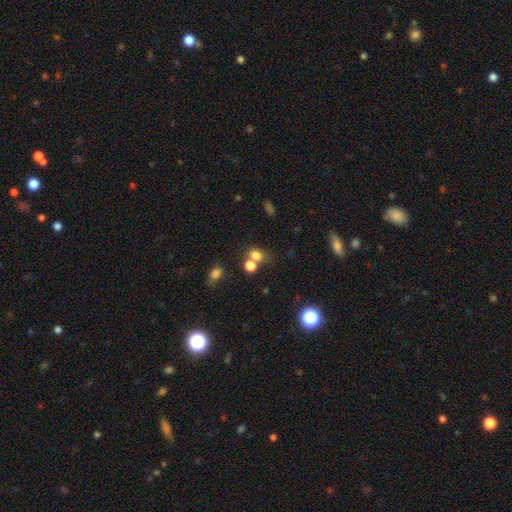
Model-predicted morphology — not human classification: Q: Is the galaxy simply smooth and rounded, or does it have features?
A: smooth — 75%.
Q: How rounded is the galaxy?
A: round — 56%.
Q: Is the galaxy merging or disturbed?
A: none — 44%.